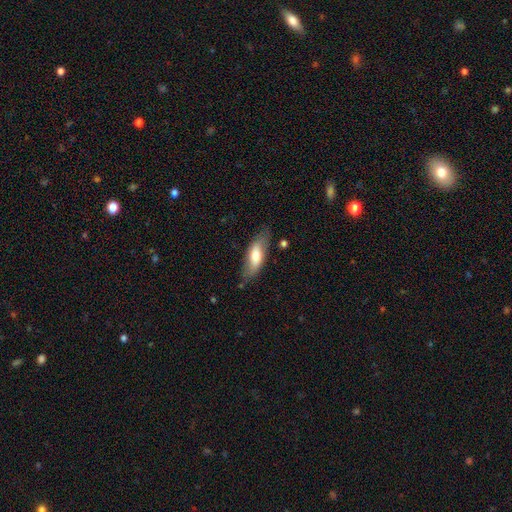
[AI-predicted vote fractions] The model was most divided on "smooth or featured": smooth: 64%, featured or disk: 30%, star or artifact: 6%. More confident: merging — none (72%); how rounded — in between (67%).